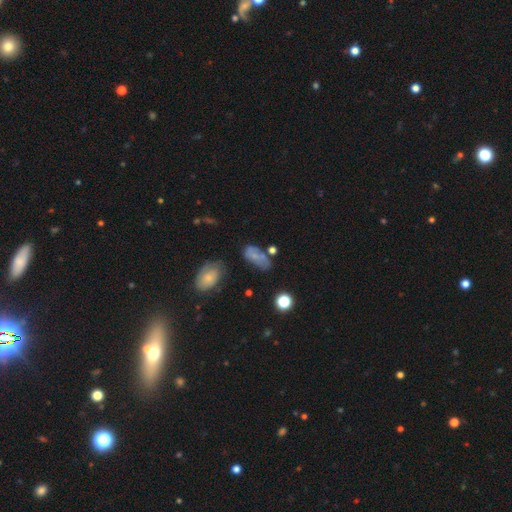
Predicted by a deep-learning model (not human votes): smooth-or-featured: smooth: 52% | featured or disk: 33% | star or artifact: 15%
  how-rounded: in between: 88% | round: 7% | cigar-shaped: 5%
  merging: none: 44% | minor disturbance: 27% | major disturbance: 18% | merger: 12%